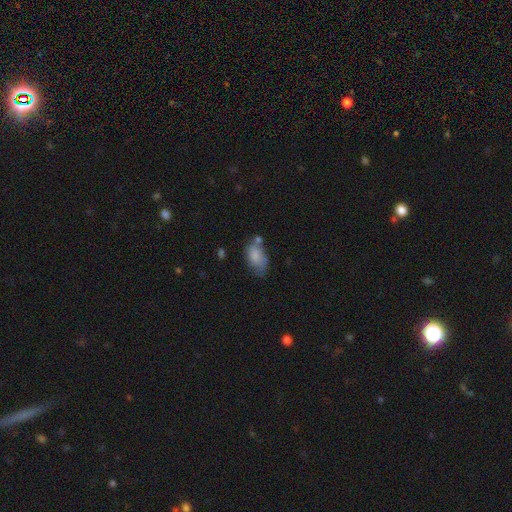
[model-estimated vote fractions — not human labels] Smooth or featured? smooth (79%)
How rounded? in between (92%)
Merging? none (42%)